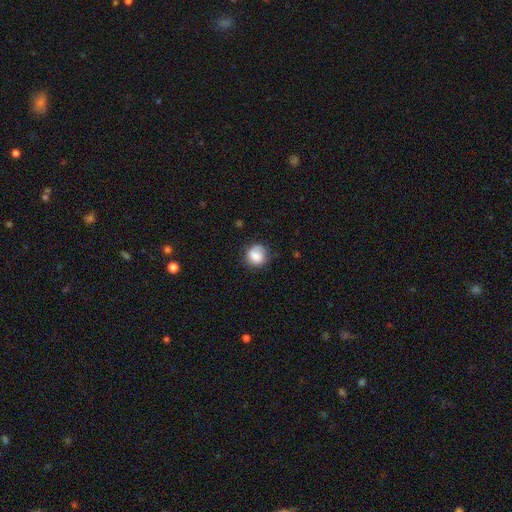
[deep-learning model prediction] A smooth galaxy with no disk features (80%) that is round (83%).

Vote fractions:
- Smooth or featured? smooth: 80% / featured or disk: 12% / star or artifact: 8%
- How rounded? round: 83% / in between: 16% / cigar-shaped: 1%
- Merging? none: 68% / minor disturbance: 22% / major disturbance: 8% / merger: 2%